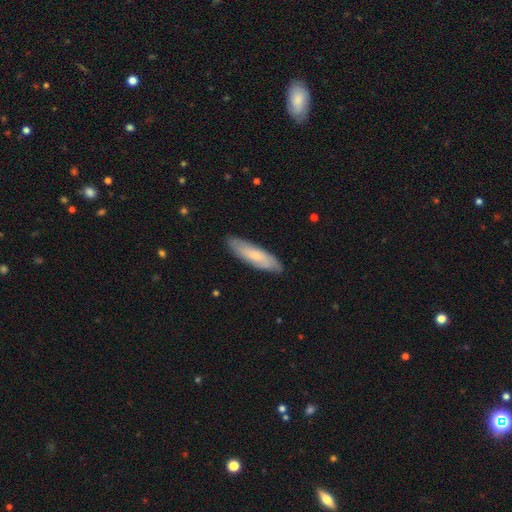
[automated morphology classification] Smooth or featured: smooth — 64% (featured or disk — 30%)
How rounded: cigar-shaped — 62% (in between — 37%)
Merging: none — 86% (minor disturbance — 11%)